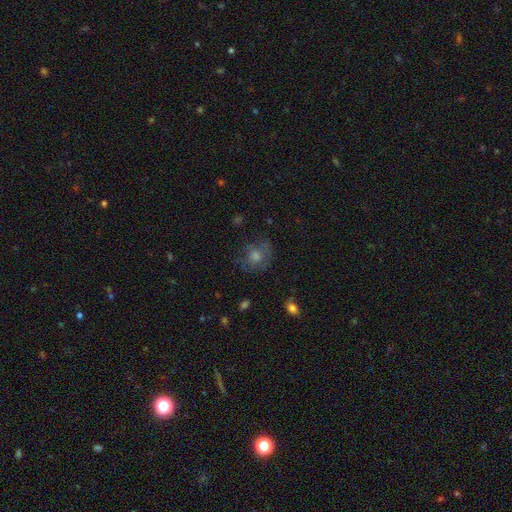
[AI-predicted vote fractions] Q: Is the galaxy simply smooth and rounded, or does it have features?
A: smooth — 47%.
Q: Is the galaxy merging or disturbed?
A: none — 68%.